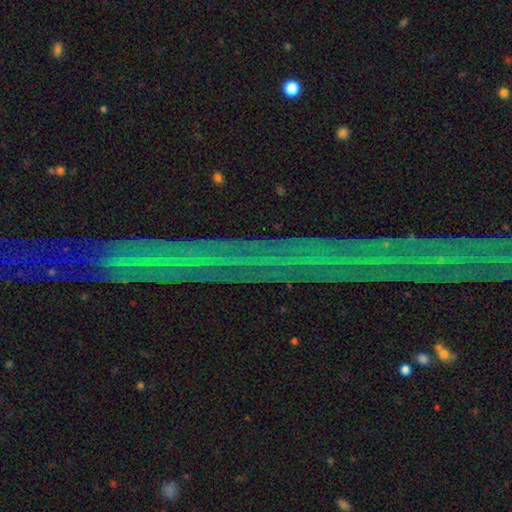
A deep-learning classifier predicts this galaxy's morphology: This is clearly a star or artifact rather than a galaxy (82%).